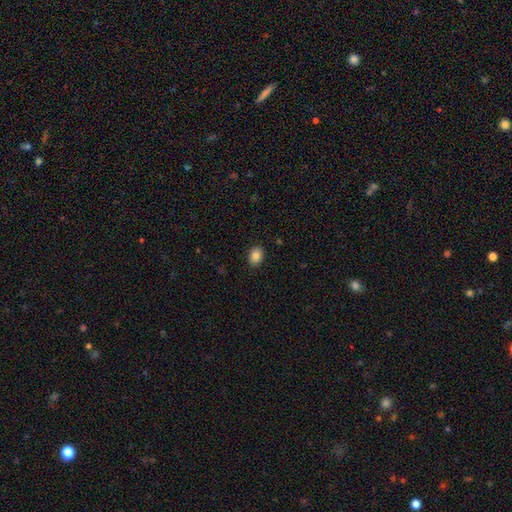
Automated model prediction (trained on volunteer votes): Morphology: type=smooth (85%); roundness=in between (66%); merging=none (89%).